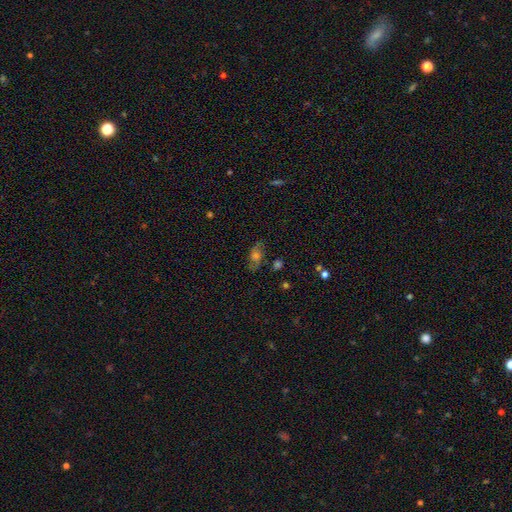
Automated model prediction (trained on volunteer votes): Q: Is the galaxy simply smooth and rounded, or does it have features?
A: featured or disk — 52%.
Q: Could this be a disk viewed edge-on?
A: no — 88%.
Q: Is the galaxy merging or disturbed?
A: none — 77%.